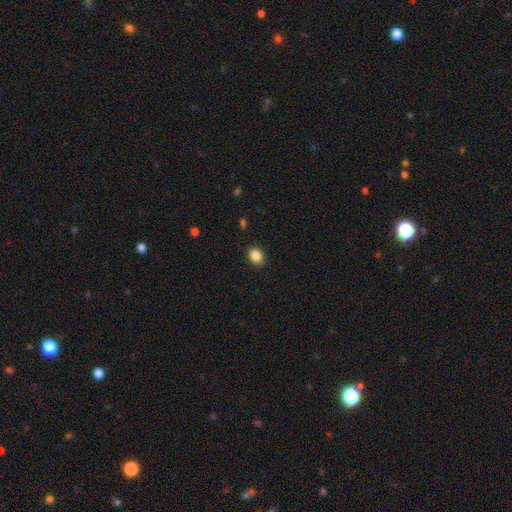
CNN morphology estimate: A smooth galaxy with no disk features (86%) that is round (50%).

Vote fractions:
- Smooth or featured? smooth: 86% / star or artifact: 9% / featured or disk: 5%
- How rounded? round: 50% / in between: 49% / cigar-shaped: 1%
- Merging? none: 89% / minor disturbance: 8% / major disturbance: 2% / merger: 1%